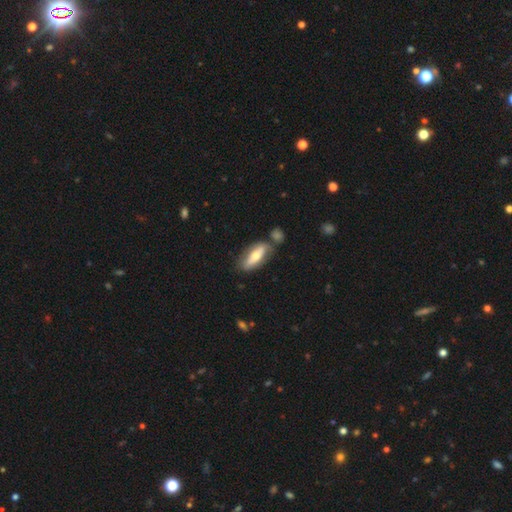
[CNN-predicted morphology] Smooth or featured? smooth (53%)
How rounded? in between (66%)
Merging? none (66%)